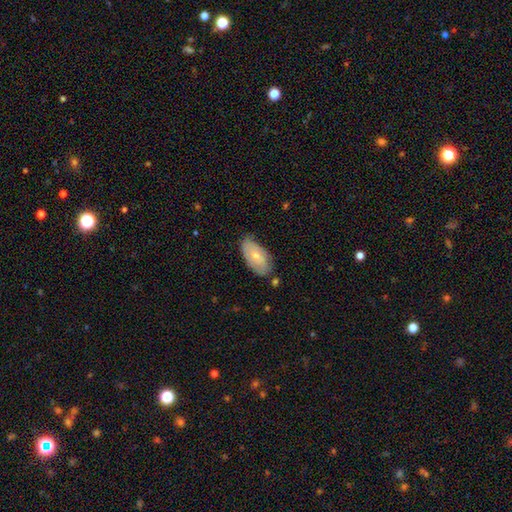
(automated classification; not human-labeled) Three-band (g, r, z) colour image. It shows a smooth galaxy with no disk features (60%) that is in between round and cigar-shaped (92%). Merging: none (70%).